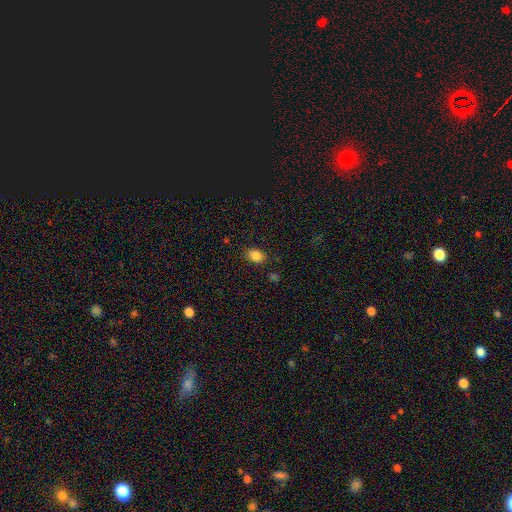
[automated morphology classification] A smooth galaxy with no disk features (85%) that is in between round and cigar-shaped (68%).

Vote fractions:
- Smooth or featured? smooth: 85% / star or artifact: 10% / featured or disk: 5%
- How rounded? in between: 68% / round: 31% / cigar-shaped: 1%
- Merging? none: 84% / minor disturbance: 11% / major disturbance: 3% / merger: 2%